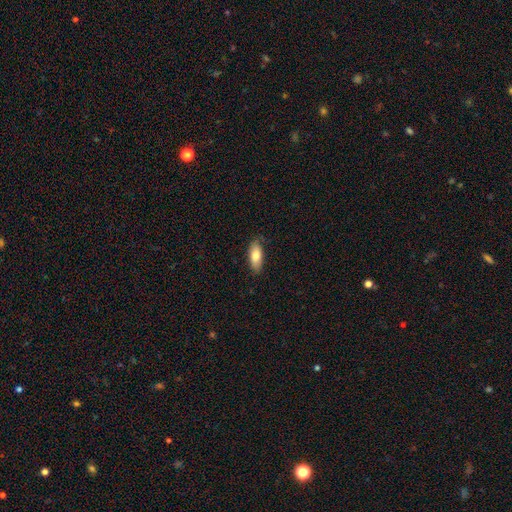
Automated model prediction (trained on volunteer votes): The model was most divided on "how rounded": in between: 80%, cigar-shaped: 17%, round: 2%. More confident: merging — none (84%); smooth or featured — smooth (78%).